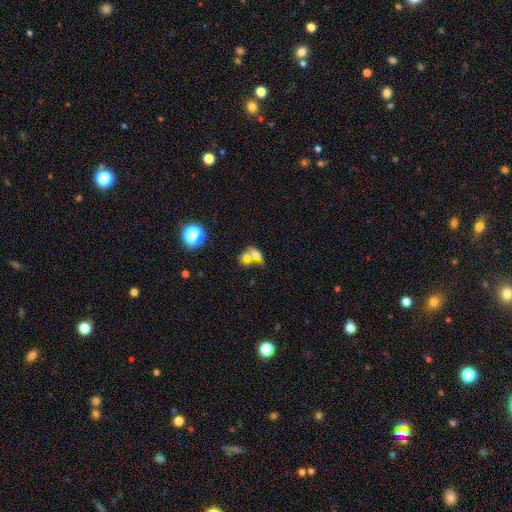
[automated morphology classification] smooth_or_featured: smooth (p=0.57) [alt: featured or disk p=0.29]
how_rounded: in between (p=0.57) [alt: round p=0.40]
merging: merger (p=0.65) [alt: none p=0.20]